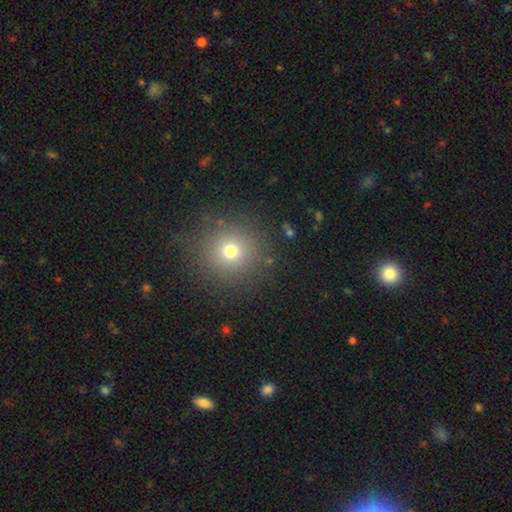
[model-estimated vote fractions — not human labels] Smooth or featured?
  - smooth: 66% *
  - star or artifact: 26%
  - featured or disk: 8%
How rounded?
  - round: 95% *
  - in between: 4%
  - cigar-shaped: 1%
Merging?
  - none: 90% *
  - minor disturbance: 6%
  - major disturbance: 2%
  - merger: 1%